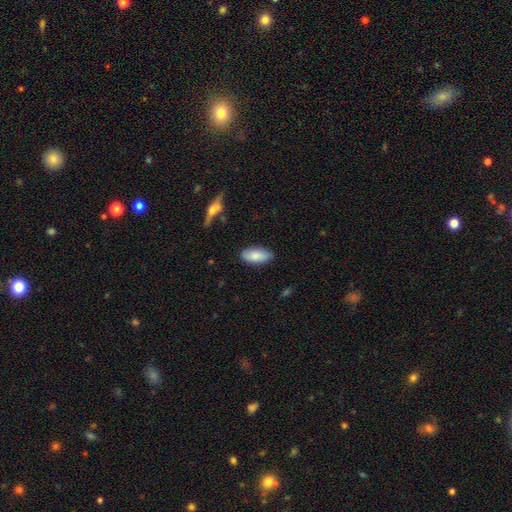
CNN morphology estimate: Smooth or featured: smooth — 83% (featured or disk — 11%)
How rounded: in between — 87% (cigar-shaped — 11%)
Merging: none — 85% (minor disturbance — 12%)